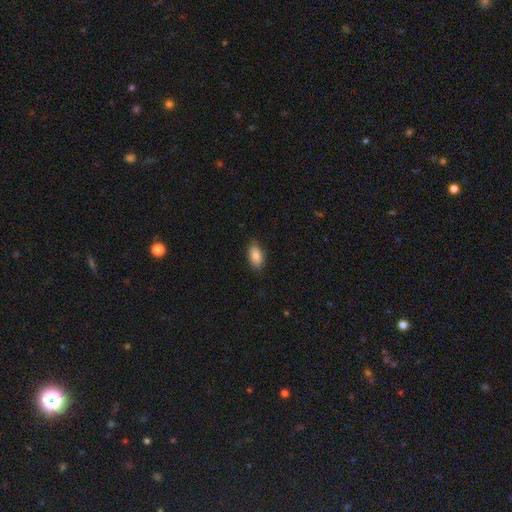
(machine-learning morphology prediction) The model was most divided on "merging": none: 83%, minor disturbance: 13%, major disturbance: 3%, merger: 1%. More confident: how rounded — in between (92%); smooth or featured — smooth (87%).